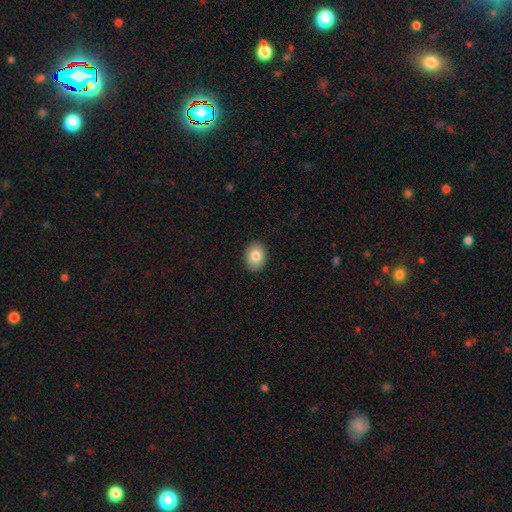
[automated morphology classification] A smooth galaxy with no disk features (83%) that is in between round and cigar-shaped (60%).

Vote fractions:
- Smooth or featured? smooth: 83% / featured or disk: 9% / star or artifact: 8%
- How rounded? in between: 60% / round: 39% / cigar-shaped: 1%
- Merging? none: 90% / minor disturbance: 7% / major disturbance: 2% / merger: 1%